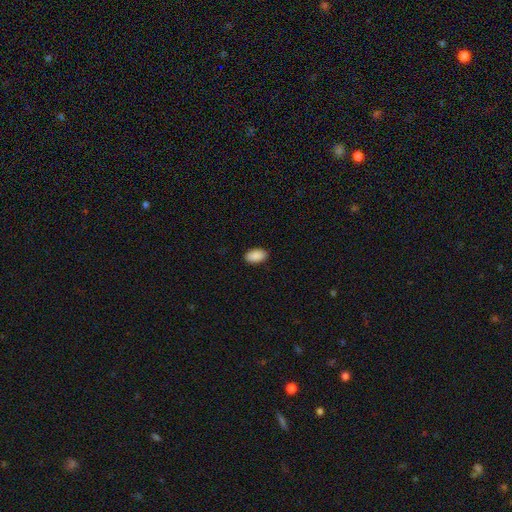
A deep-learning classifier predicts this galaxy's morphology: Smooth or featured? Predicted: smooth (p=0.91). How rounded? Predicted: in between (p=0.94). Merging? Predicted: none (p=0.90).